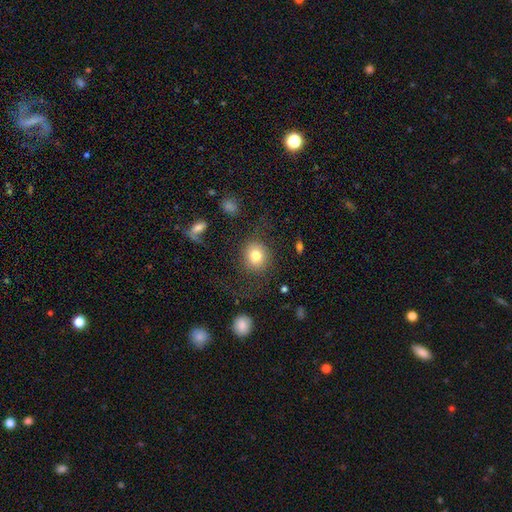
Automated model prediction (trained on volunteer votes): A smooth galaxy with no disk features (76%) that is round (83%). Merging: none (73%).